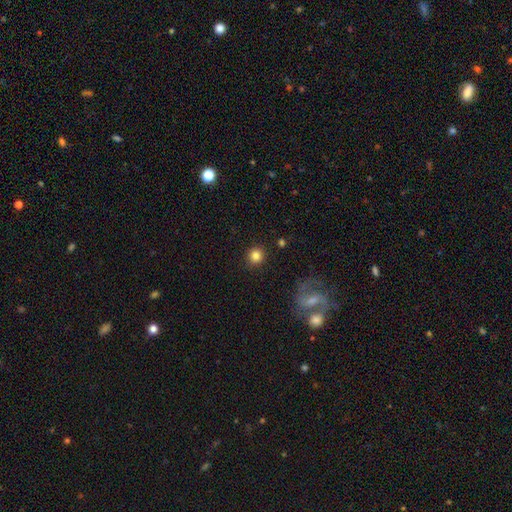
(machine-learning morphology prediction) Smooth or featured? smooth (84%)
How rounded? round (92%)
Merging? none (90%)